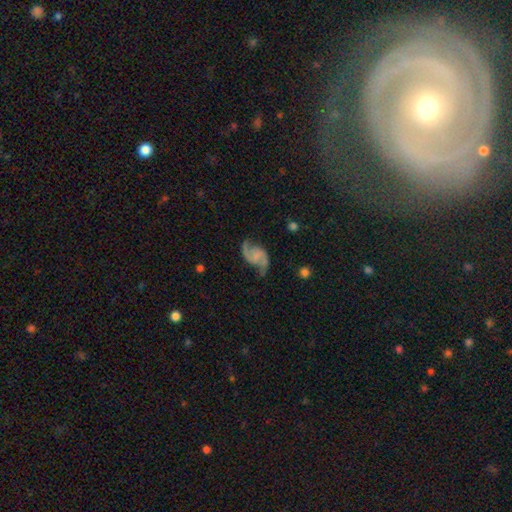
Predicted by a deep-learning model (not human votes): smooth_or_featured: featured or disk (p=0.89) [alt: smooth p=0.06]
disk_edge_on: no (p=0.98) [alt: yes p=0.02]
bar: no (p=0.48) [alt: weak p=0.41]
has_spiral_arms: yes (p=0.97) [alt: no p=0.03]
spiral_winding: loose (p=0.55) [alt: medium p=0.37]
spiral_arm_count: 2 (p=0.94) [alt: can't tell p=0.02]
bulge_size: none (p=0.54) [alt: small p=0.31]
merging: none (p=0.73) [alt: minor disturbance p=0.17]